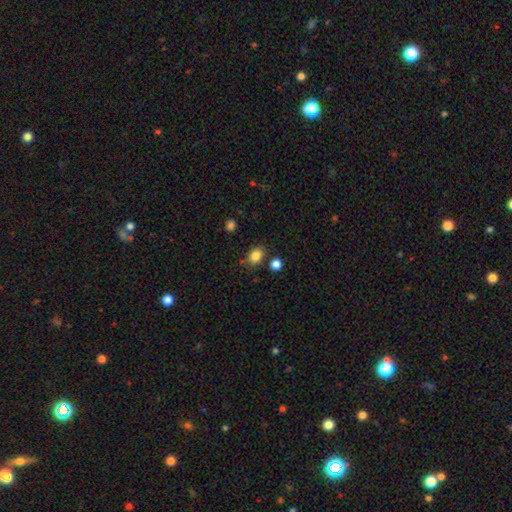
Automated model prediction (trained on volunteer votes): Morphology: type=smooth (84%); roundness=in between (61%); merging=none (77%).